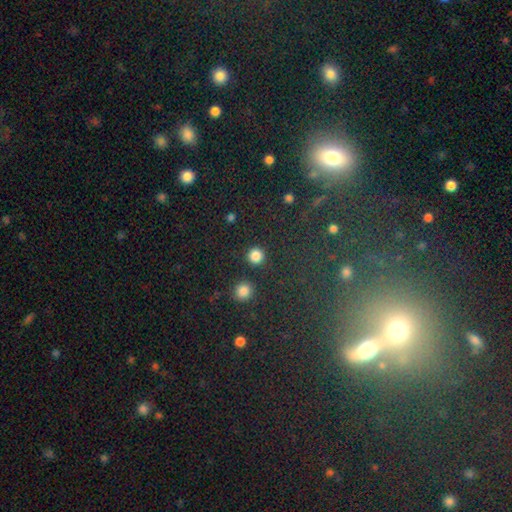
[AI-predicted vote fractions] The model was most divided on "smooth or featured": smooth: 83%, star or artifact: 13%, featured or disk: 4%. More confident: how rounded — round (94%); merging — none (88%).